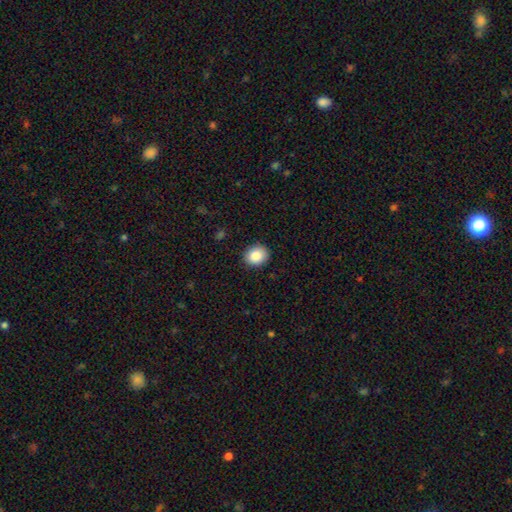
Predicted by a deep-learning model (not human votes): This is clearly a smooth galaxy (87%). How rounded: likely round (66%). Merging: clearly none (89%).